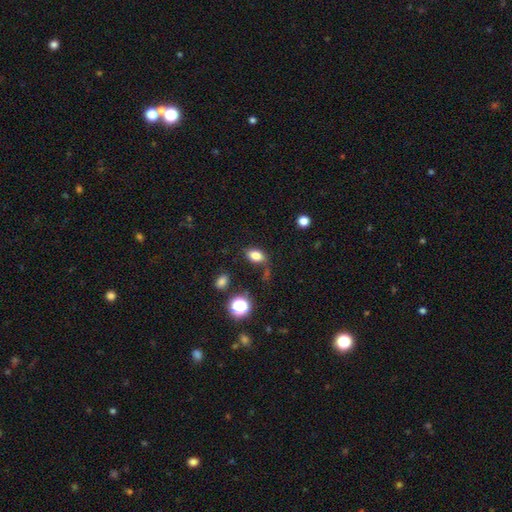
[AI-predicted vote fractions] smooth 80%, star or artifact 12%, featured or disk 8%. Down the decision tree: how rounded — in between (83%); merging — none (69%).